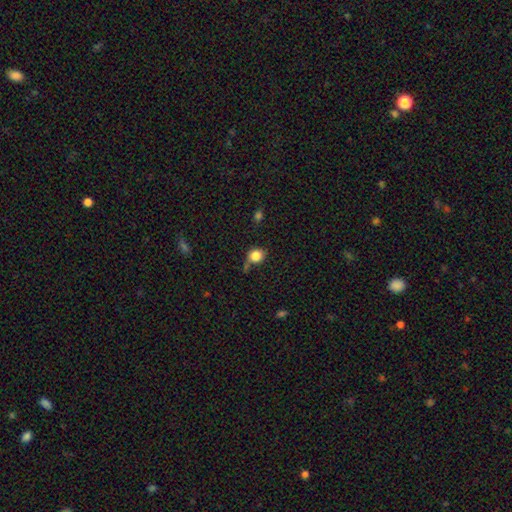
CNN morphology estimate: A smooth galaxy with no disk features (83%) that is round (71%).

Vote fractions:
- Smooth or featured? smooth: 83% / star or artifact: 11% / featured or disk: 6%
- How rounded? round: 71% / in between: 28% / cigar-shaped: 1%
- Merging? none: 63% / minor disturbance: 22% / merger: 8% / major disturbance: 7%